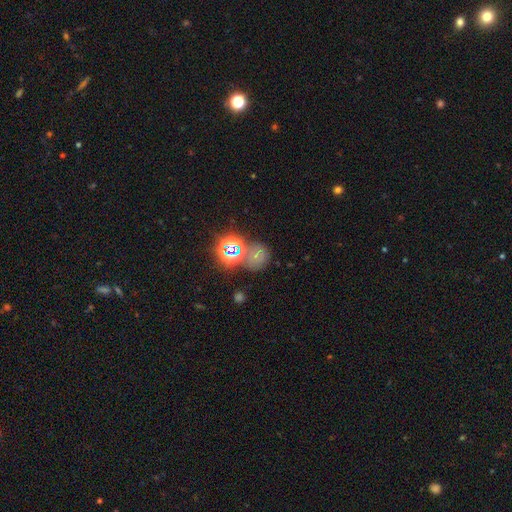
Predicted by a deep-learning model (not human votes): Morphology: type=star or artifact (46%).